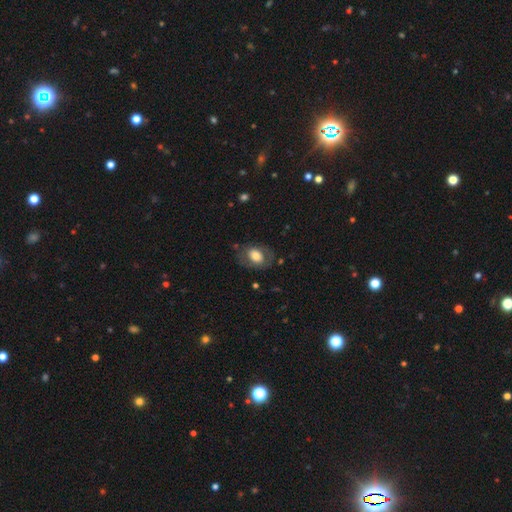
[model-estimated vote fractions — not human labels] This is likely a smooth galaxy (64%). How rounded: likely in between (75%). Merging: likely none (69%).